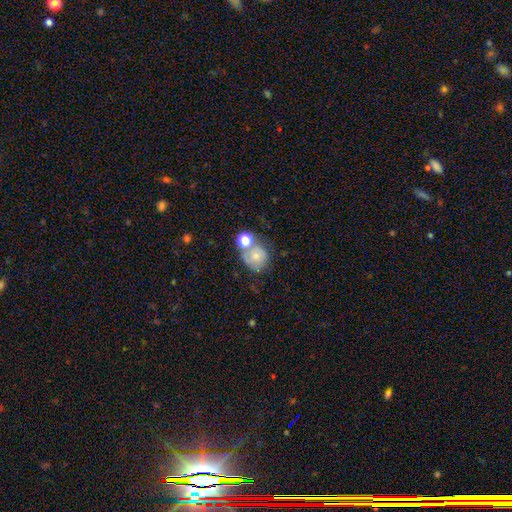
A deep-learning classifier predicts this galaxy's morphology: The model was most divided on "merging": none: 39%, merger: 35%, minor disturbance: 17%, major disturbance: 10%. More confident: how rounded — round (77%); smooth or featured — smooth (66%).